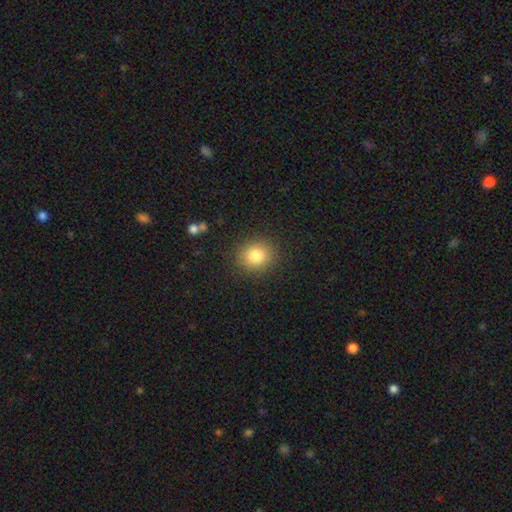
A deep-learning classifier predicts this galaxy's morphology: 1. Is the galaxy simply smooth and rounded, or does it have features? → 82% smooth, 11% star or artifact, 7% featured or disk.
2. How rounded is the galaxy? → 79% round, 20% in between, 1% cigar-shaped.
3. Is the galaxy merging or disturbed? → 89% none, 7% minor disturbance, 3% major disturbance, 1% merger.